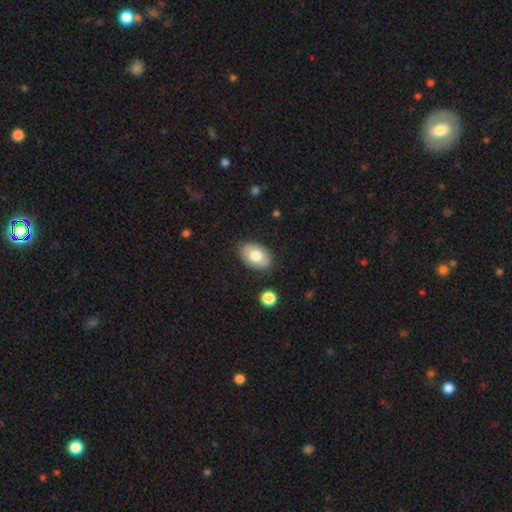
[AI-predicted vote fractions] Morphology: type=smooth (76%); roundness=in between (87%); merging=none (83%).